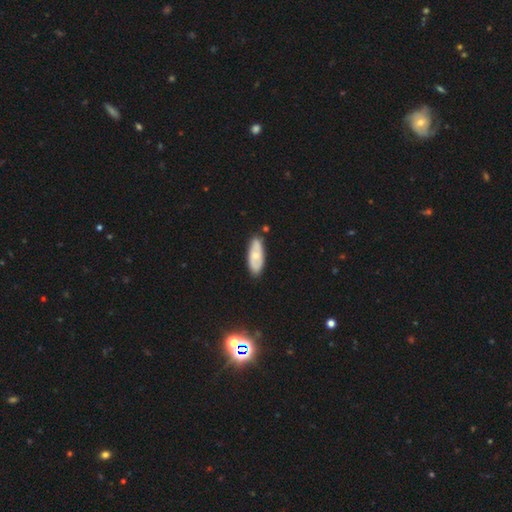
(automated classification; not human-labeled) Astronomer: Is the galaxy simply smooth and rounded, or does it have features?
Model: smooth — 54% (runner-up: featured or disk, 40%).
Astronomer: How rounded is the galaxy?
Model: in between — 75%.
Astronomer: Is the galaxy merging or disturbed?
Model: none — 79%.